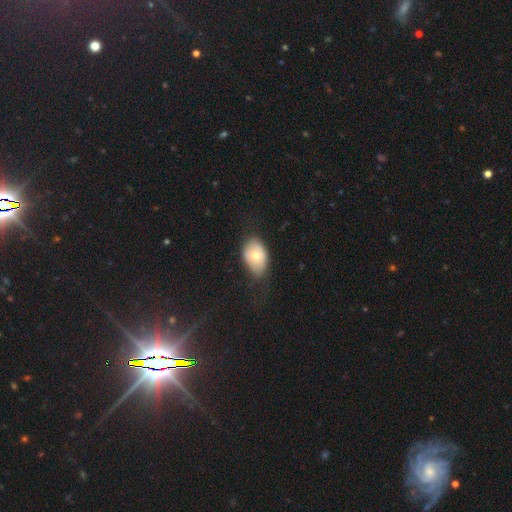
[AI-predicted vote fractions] Morphology: type=smooth (66%); roundness=in between (83%); merging=none (62%).